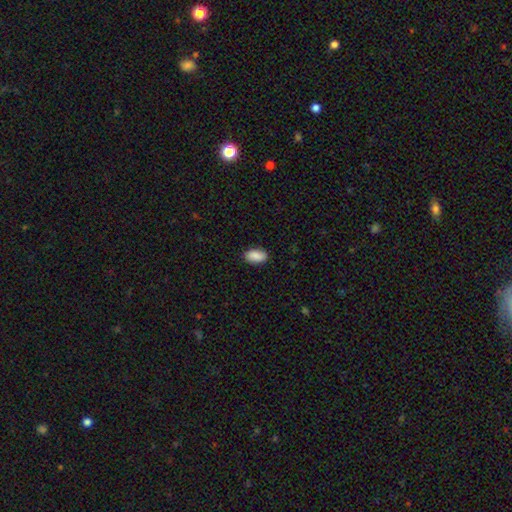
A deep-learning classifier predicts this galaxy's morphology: A smooth galaxy with no disk features (90%) that is in between round and cigar-shaped (94%). Merging: none (88%).